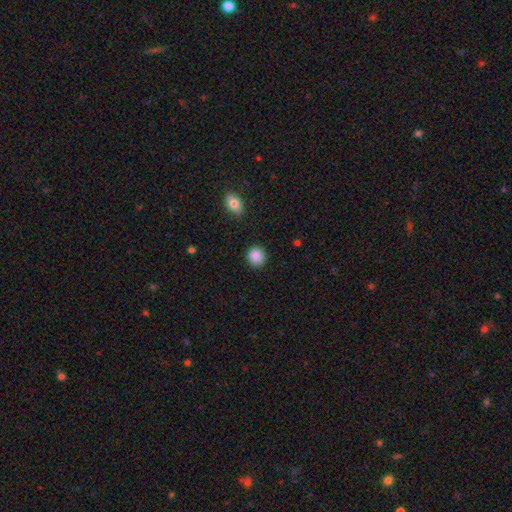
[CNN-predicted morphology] A smooth galaxy with no disk features (88%) that is round (87%).

Vote fractions:
- Smooth or featured? smooth: 88% / star or artifact: 8% / featured or disk: 4%
- How rounded? round: 87% / in between: 12% / cigar-shaped: 1%
- Merging? none: 89% / minor disturbance: 8% / major disturbance: 2% / merger: 2%